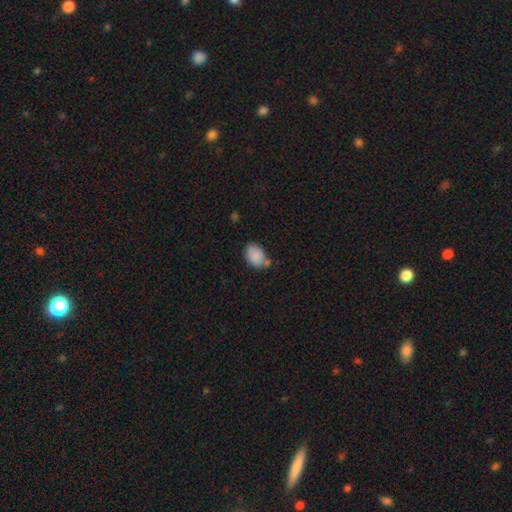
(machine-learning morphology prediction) This is clearly a smooth galaxy (87%). How rounded: clearly in between (81%). Merging: likely none (62%).